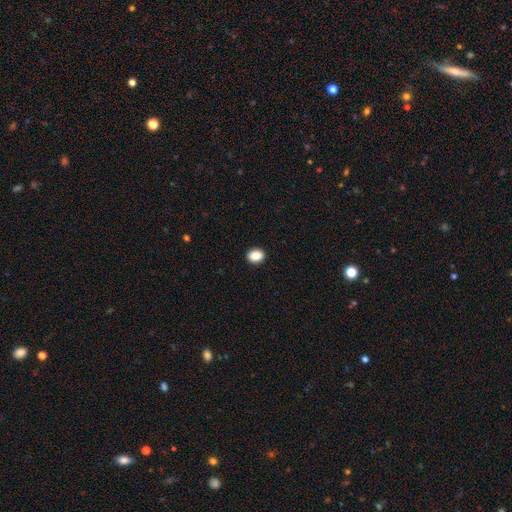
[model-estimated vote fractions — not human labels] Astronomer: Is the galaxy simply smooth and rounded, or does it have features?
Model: smooth — 87%.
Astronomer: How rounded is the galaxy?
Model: in between — 61% (runner-up: round, 38%).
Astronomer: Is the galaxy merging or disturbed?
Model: none — 92%.